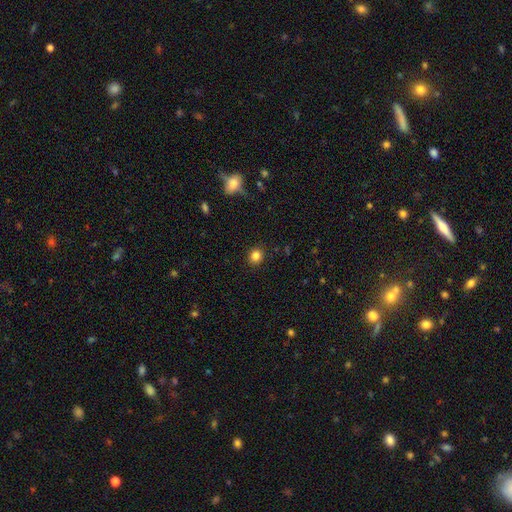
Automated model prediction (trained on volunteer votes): A smooth galaxy with no disk features (84%) that is round (79%). Merging: none (90%).